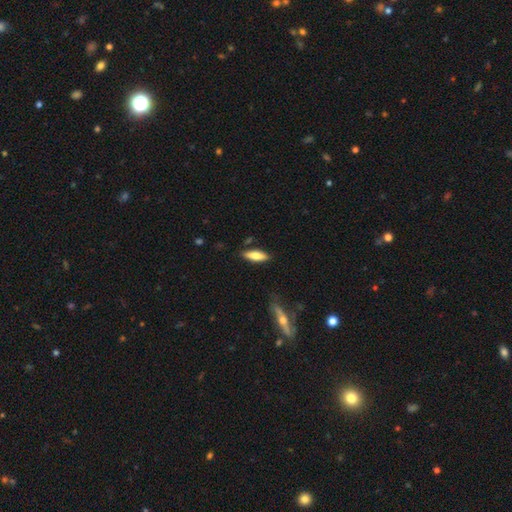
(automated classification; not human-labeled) Q: Smooth or featured?
A: smooth (73%); runner-up: featured or disk (21%)
Q: How rounded?
A: in between (52%); runner-up: cigar-shaped (47%)
Q: Merging?
A: none (83%); runner-up: minor disturbance (12%)